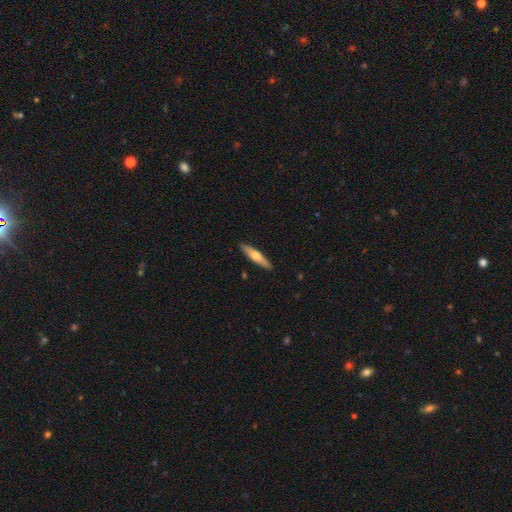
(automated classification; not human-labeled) The model was most divided on "smooth or featured": smooth: 50%, featured or disk: 44%, star or artifact: 5%. More confident: merging — none (90%); how rounded — cigar-shaped (83%).